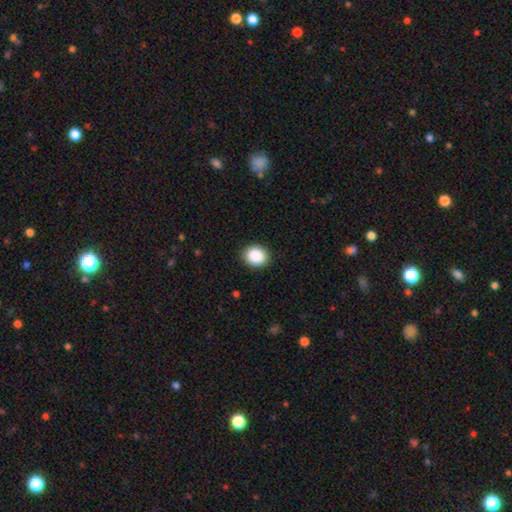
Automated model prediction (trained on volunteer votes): Smooth or featured: smooth — 89% (star or artifact — 8%)
How rounded: round — 75% (in between — 25%)
Merging: none — 90% (minor disturbance — 7%)